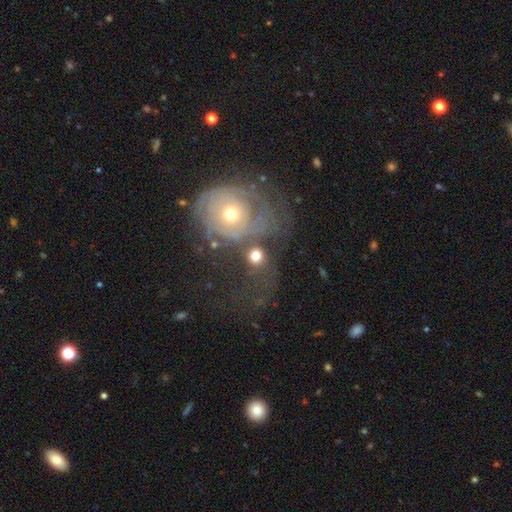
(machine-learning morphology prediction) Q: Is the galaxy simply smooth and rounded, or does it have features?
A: smooth — 59%.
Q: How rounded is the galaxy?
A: round — 77%.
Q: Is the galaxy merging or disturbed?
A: none — 47%.